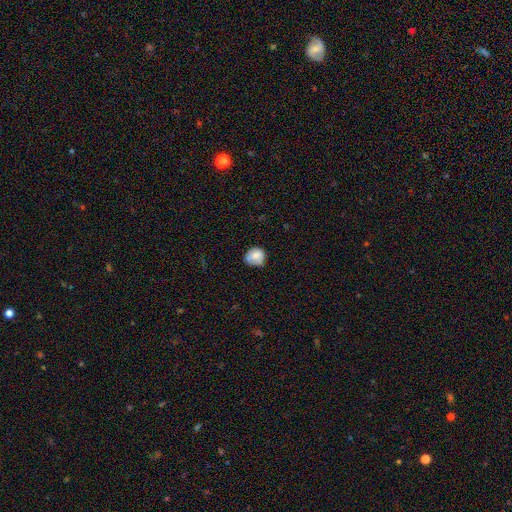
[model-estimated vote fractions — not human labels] This is likely a smooth galaxy (75%). How rounded: likely round (76%). Merging: likely none (64%).